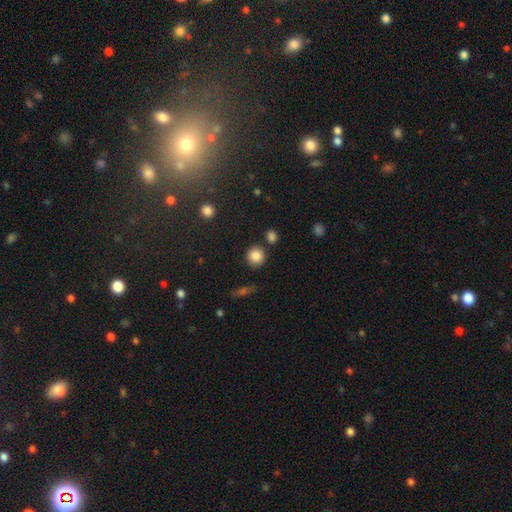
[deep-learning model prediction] smooth_or_featured: smooth (p=0.85) [alt: star or artifact p=0.10]
how_rounded: round (p=0.90) [alt: in between p=0.09]
merging: none (p=0.84) [alt: minor disturbance p=0.08]